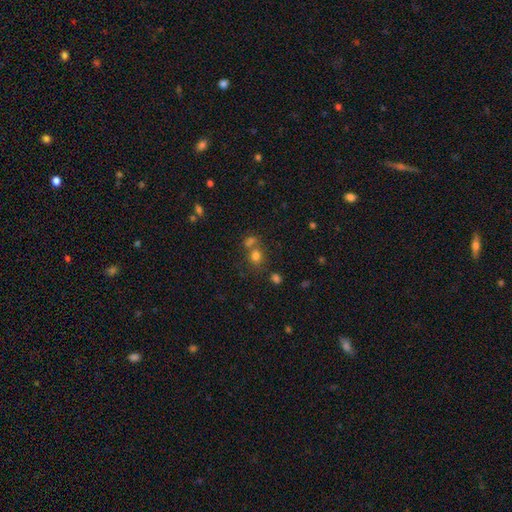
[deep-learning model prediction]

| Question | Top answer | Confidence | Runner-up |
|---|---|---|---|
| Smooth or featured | smooth | 74% | star or artifact (17%) |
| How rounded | round | 64% | in between (35%) |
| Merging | none | 49% | merger (36%) |